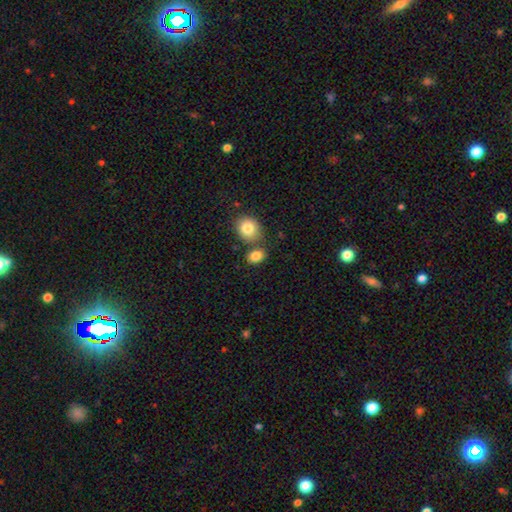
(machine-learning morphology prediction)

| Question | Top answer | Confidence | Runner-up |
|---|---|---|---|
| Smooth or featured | smooth | 84% | star or artifact (9%) |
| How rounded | in between | 63% | round (35%) |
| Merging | none | 64% | merger (22%) |